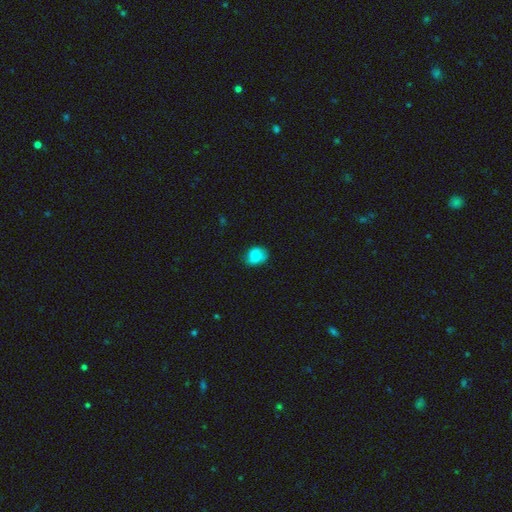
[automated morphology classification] smooth_or_featured: smooth (p=0.83) [alt: star or artifact p=0.09]
how_rounded: in between (p=0.53) [alt: round p=0.46]
merging: none (p=0.60) [alt: minor disturbance p=0.31]